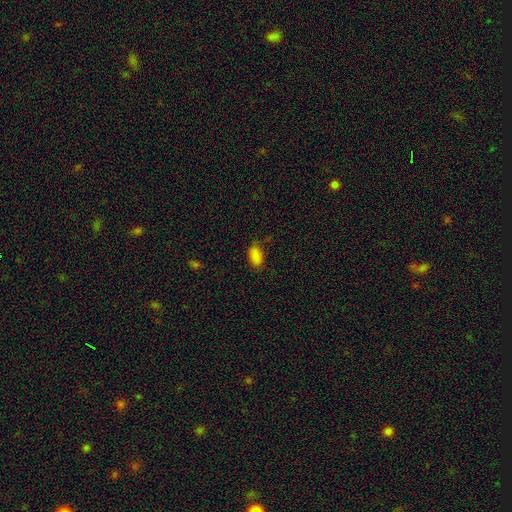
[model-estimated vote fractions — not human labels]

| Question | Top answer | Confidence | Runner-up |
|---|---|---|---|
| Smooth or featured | smooth | 85% | star or artifact (11%) |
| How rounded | in between | 93% | round (5%) |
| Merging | none | 73% | minor disturbance (21%) |